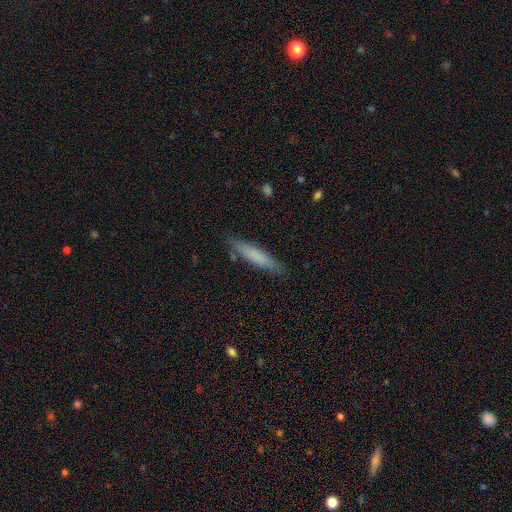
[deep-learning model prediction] smooth-or-featured: smooth: 76% | featured or disk: 18% | star or artifact: 6%
  how-rounded: cigar-shaped: 85% | in between: 14% | round: 1%
  merging: none: 85% | minor disturbance: 11% | major disturbance: 2% | merger: 2%